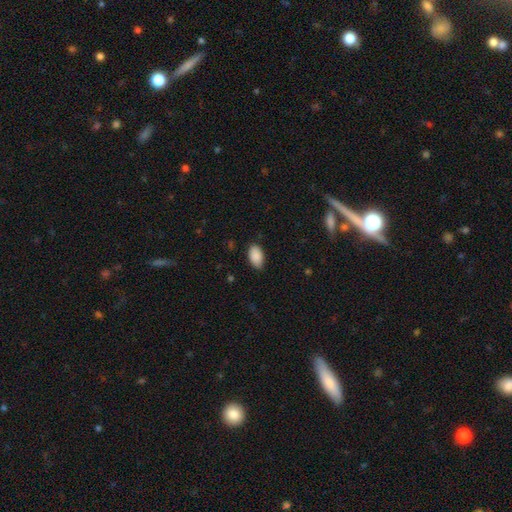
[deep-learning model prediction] smooth-or-featured: smooth: 90% | star or artifact: 6% | featured or disk: 4%
  how-rounded: in between: 94% | round: 4% | cigar-shaped: 2%
  merging: none: 81% | minor disturbance: 16% | major disturbance: 3% | merger: 1%